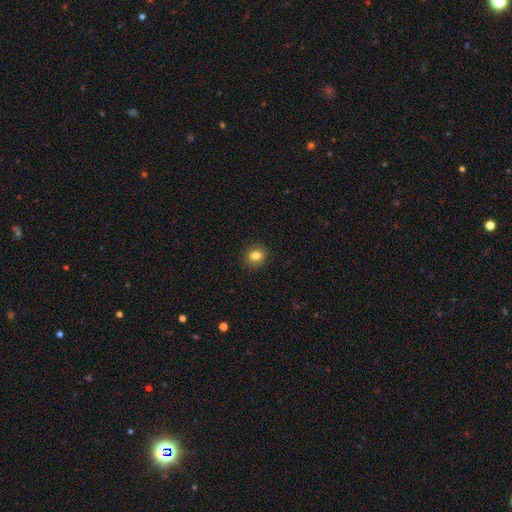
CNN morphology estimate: A smooth galaxy with no disk features (83%) that is round (78%). Merging: none (91%).